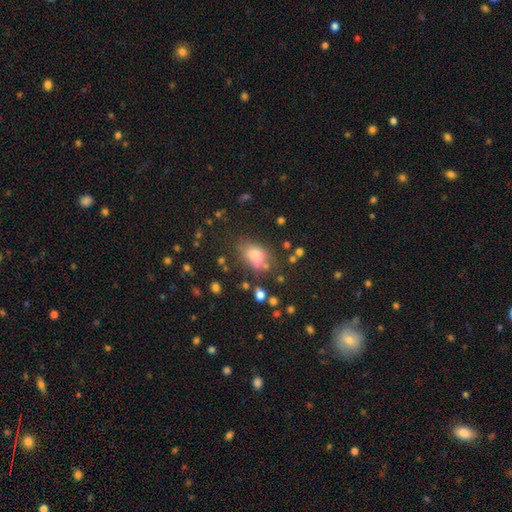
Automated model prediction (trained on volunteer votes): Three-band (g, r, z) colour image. It shows a smooth galaxy with no disk features (77%) that is in between round and cigar-shaped (71%). Merging: none (66%).